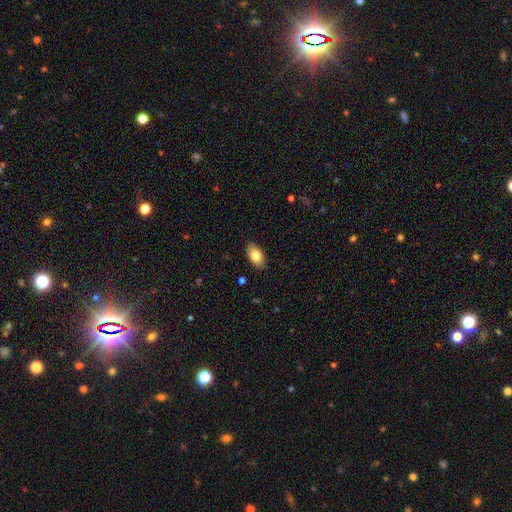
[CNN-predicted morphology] Smooth or featured? Predicted: smooth (p=0.82). How rounded? Predicted: in between (p=0.93). Merging? Predicted: none (p=0.89).